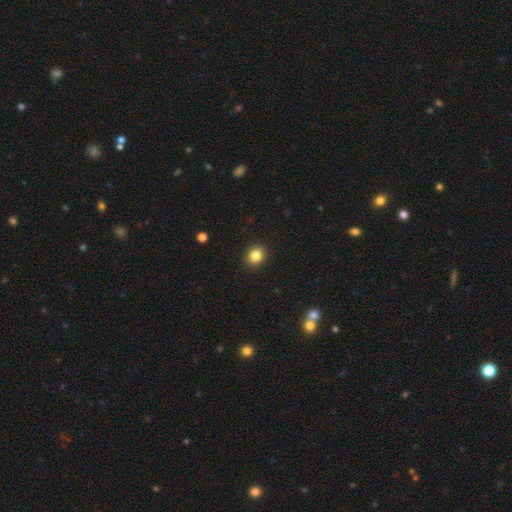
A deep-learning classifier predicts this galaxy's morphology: This appears to be a smooth galaxy with no disk features (83%) that is round (71%). Merging: none (92%).